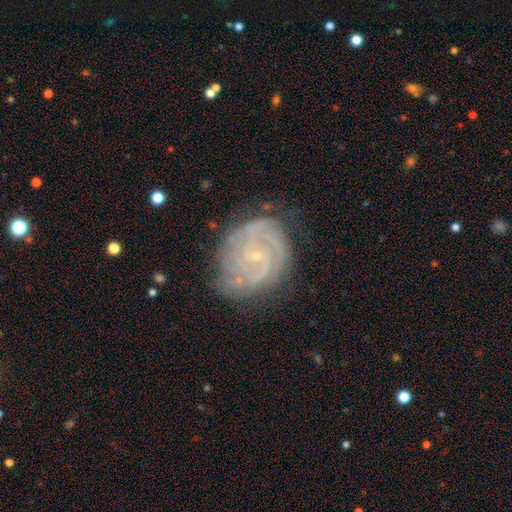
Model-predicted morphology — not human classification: This appears to be a featured or disk galaxy (85%) with no bar (66%), 2 (27%) tight (66%) spiral arms (96%) and a small central bulge (86%). Merging: none (75%).